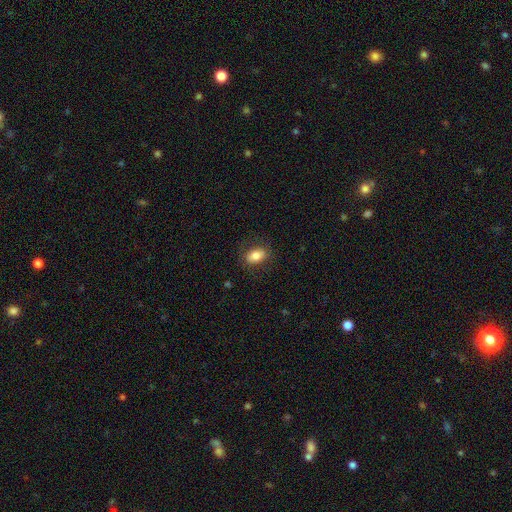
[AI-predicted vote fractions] This is clearly a smooth galaxy (81%). How rounded: clearly in between (84%). Merging: clearly none (83%).